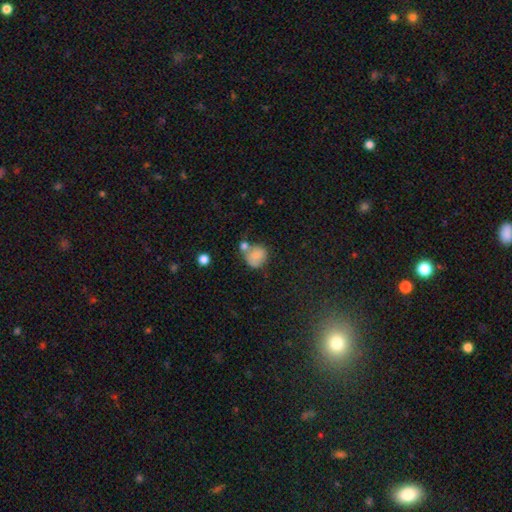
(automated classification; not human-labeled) smooth-or-featured: smooth: 77% | featured or disk: 13% | star or artifact: 10%
  how-rounded: round: 76% | in between: 23% | cigar-shaped: 1%
  merging: none: 43% | merger: 31% | minor disturbance: 18% | major disturbance: 7%